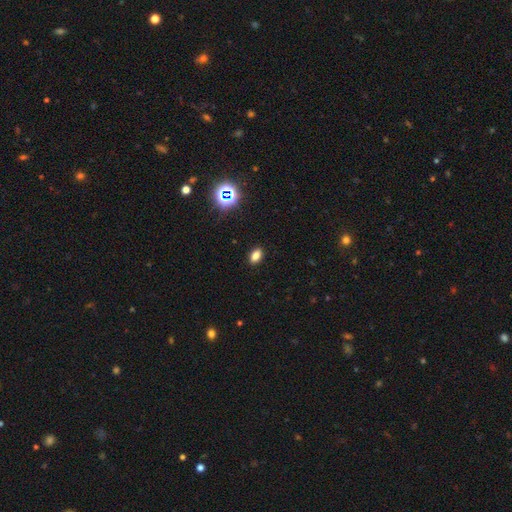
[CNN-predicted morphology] A smooth galaxy with no disk features (78%) that is in between round and cigar-shaped (87%).

Vote fractions:
- Smooth or featured? smooth: 78% / star or artifact: 16% / featured or disk: 6%
- How rounded? in between: 87% / round: 9% / cigar-shaped: 3%
- Merging? none: 90% / minor disturbance: 7% / major disturbance: 2% / merger: 1%